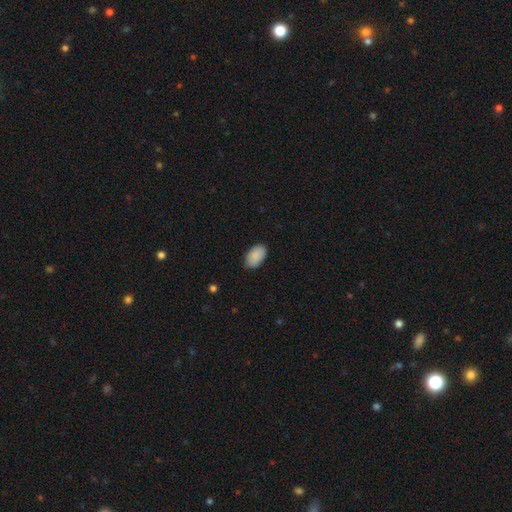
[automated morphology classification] This is clearly a smooth galaxy (89%). How rounded: clearly in between (94%). Merging: clearly none (84%).